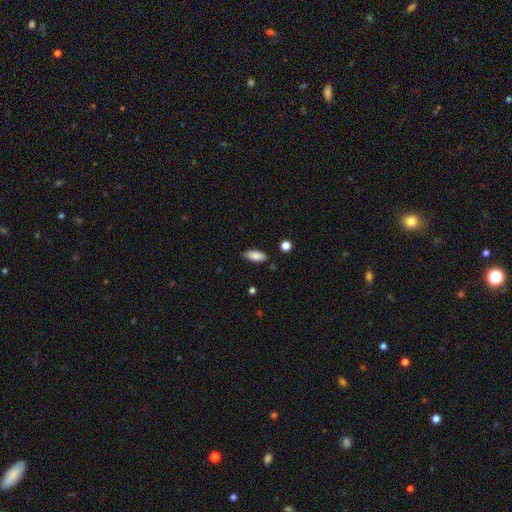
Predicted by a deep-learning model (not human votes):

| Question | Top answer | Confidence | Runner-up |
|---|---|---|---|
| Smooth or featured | smooth | 86% | featured or disk (7%) |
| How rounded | in between | 82% | cigar-shaped (16%) |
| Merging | none | 85% | minor disturbance (11%) |